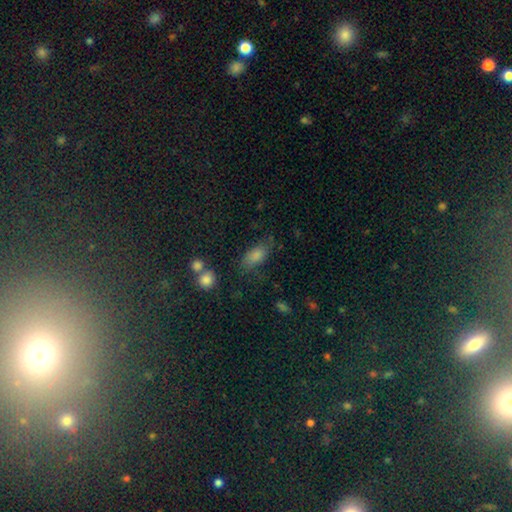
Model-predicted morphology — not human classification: smooth-or-featured: smooth: 81% | featured or disk: 10% | star or artifact: 9%
  how-rounded: in between: 87% | cigar-shaped: 8% | round: 5%
  merging: none: 60% | minor disturbance: 24% | major disturbance: 10% | merger: 5%